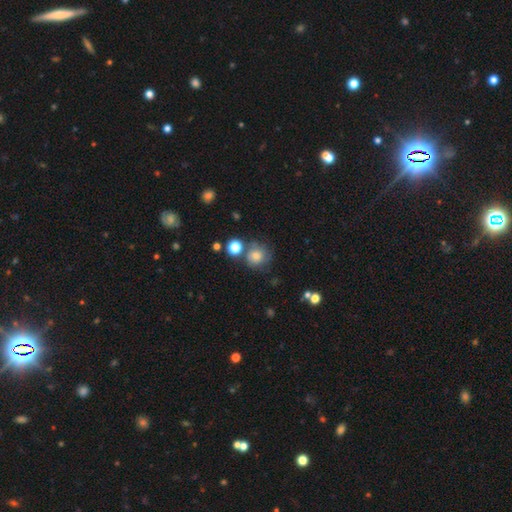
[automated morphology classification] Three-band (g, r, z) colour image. It shows a smooth galaxy with no disk features (69%) that is round (89%). Merging: none (64%).